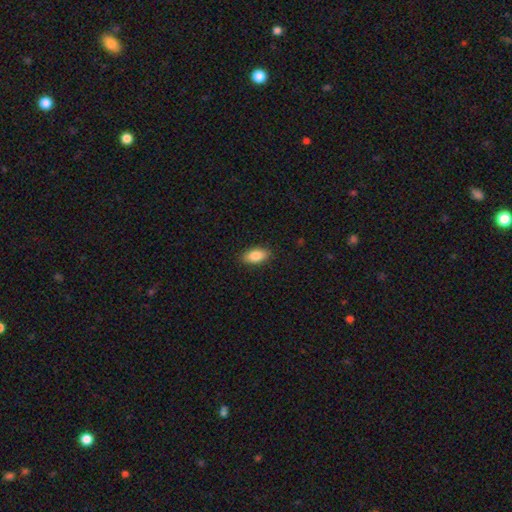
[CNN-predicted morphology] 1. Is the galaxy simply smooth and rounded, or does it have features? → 85% smooth, 8% featured or disk, 7% star or artifact.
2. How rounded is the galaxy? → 90% in between, 7% cigar-shaped, 4% round.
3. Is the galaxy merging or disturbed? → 89% none, 8% minor disturbance, 2% major disturbance, 1% merger.